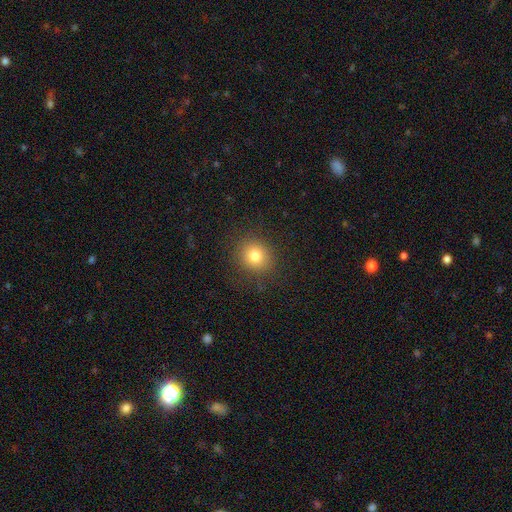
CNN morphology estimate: Overall: smooth (79%). How rounded: round (80%). Merging: none (86%).